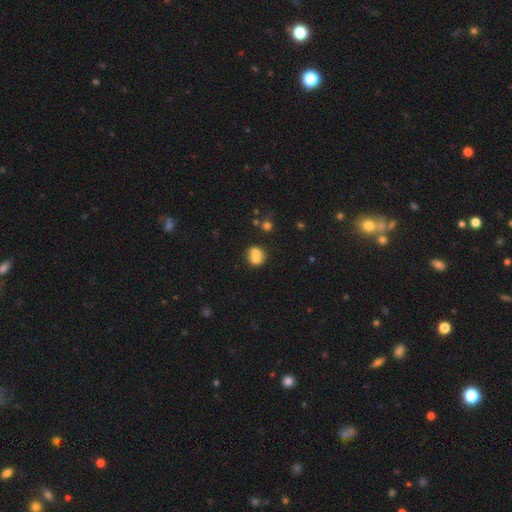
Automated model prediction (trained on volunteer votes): Smooth or featured?
  - smooth: 69% *
  - featured or disk: 20%
  - star or artifact: 11%
How rounded?
  - round: 74% *
  - in between: 25%
  - cigar-shaped: 1%
Merging?
  - merger: 61% *
  - none: 29%
  - minor disturbance: 7%
  - major disturbance: 3%